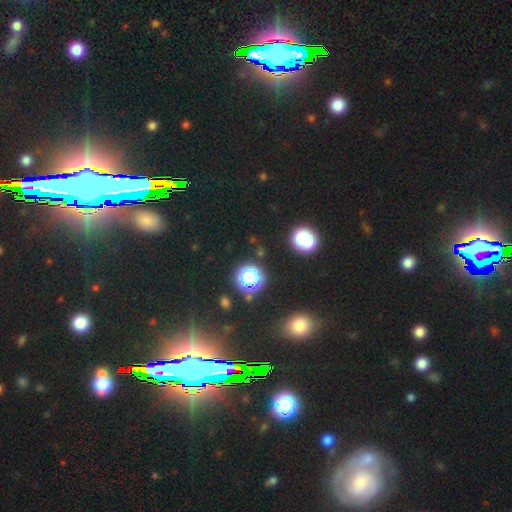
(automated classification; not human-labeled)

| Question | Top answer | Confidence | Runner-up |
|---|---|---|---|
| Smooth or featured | star or artifact | 73% | smooth (18%) |